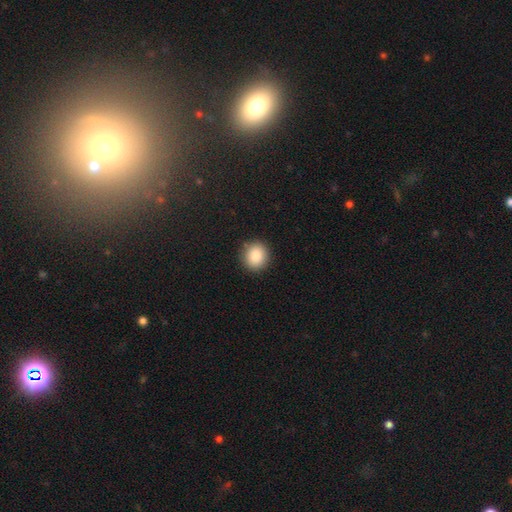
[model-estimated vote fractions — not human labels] A smooth galaxy with no disk features (87%) that is round (87%).

Vote fractions:
- Smooth or featured? smooth: 87% / star or artifact: 9% / featured or disk: 4%
- How rounded? round: 87% / in between: 12% / cigar-shaped: 1%
- Merging? none: 90% / minor disturbance: 7% / major disturbance: 2% / merger: 1%